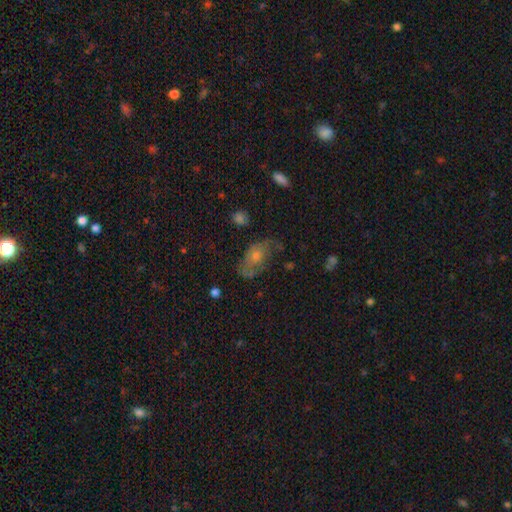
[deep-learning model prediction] Smooth or featured? Predicted: featured or disk (p=0.46). Merging? Predicted: none (p=0.53).